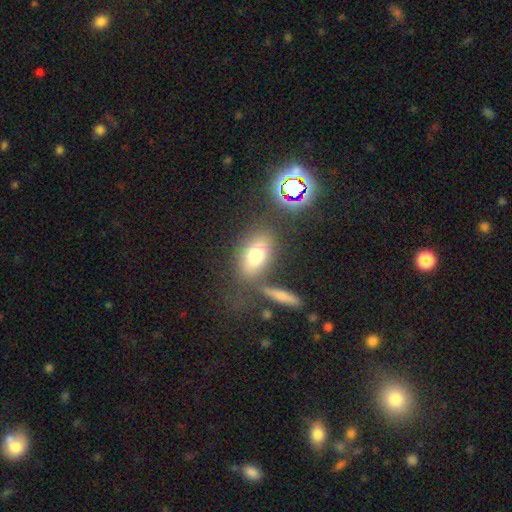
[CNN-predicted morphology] A smooth galaxy with no disk features (70%) that is in between round and cigar-shaped (81%).

Vote fractions:
- Smooth or featured? smooth: 70% / featured or disk: 17% / star or artifact: 14%
- How rounded? in between: 81% / round: 13% / cigar-shaped: 7%
- Merging? none: 65% / minor disturbance: 15% / merger: 13% / major disturbance: 8%